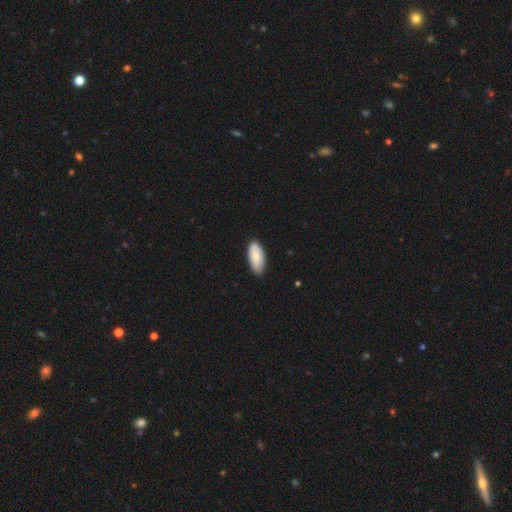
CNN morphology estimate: The model was most divided on "smooth or featured": smooth: 79%, featured or disk: 15%, star or artifact: 5%. More confident: how rounded — in between (90%); merging — none (84%).